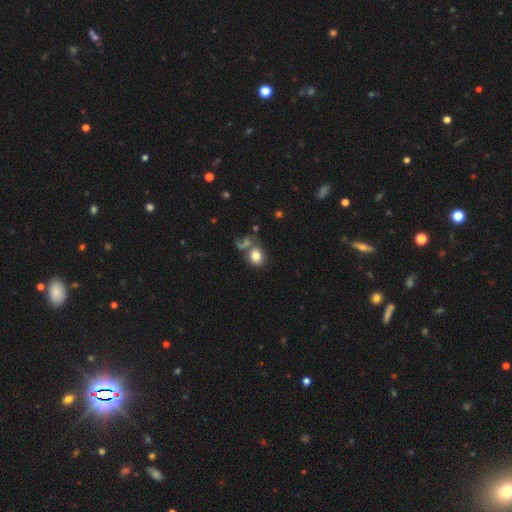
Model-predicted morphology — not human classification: A smooth galaxy with no disk features (80%) that is round (58%). Merging: none (49%).